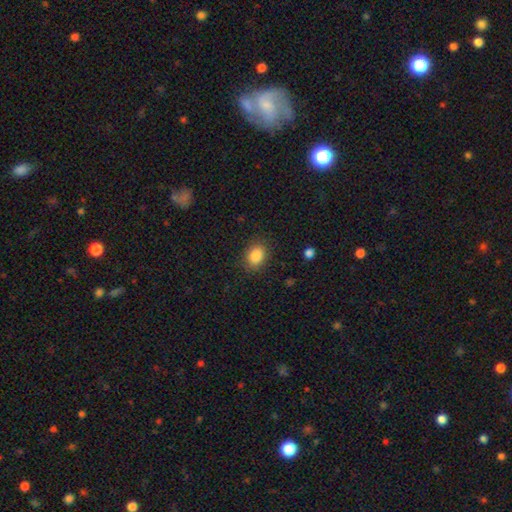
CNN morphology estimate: Smooth or featured?
  - smooth: 86% *
  - star or artifact: 9%
  - featured or disk: 5%
How rounded?
  - in between: 62% *
  - round: 37%
  - cigar-shaped: 1%
Merging?
  - none: 85% *
  - minor disturbance: 10%
  - major disturbance: 3%
  - merger: 1%